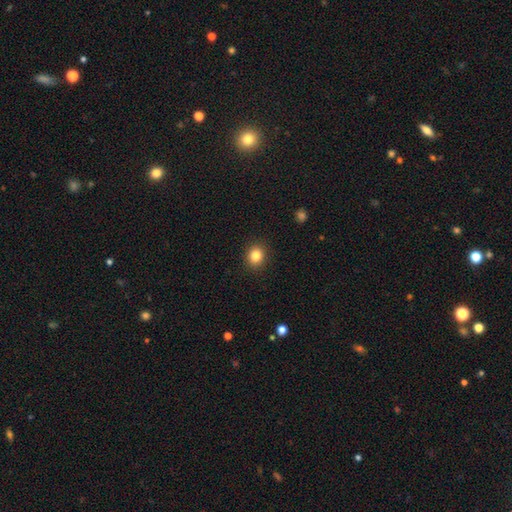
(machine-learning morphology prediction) The model was most divided on "how rounded": round: 73%, in between: 26%, cigar-shaped: 1%. More confident: merging — none (91%); smooth or featured — smooth (84%).